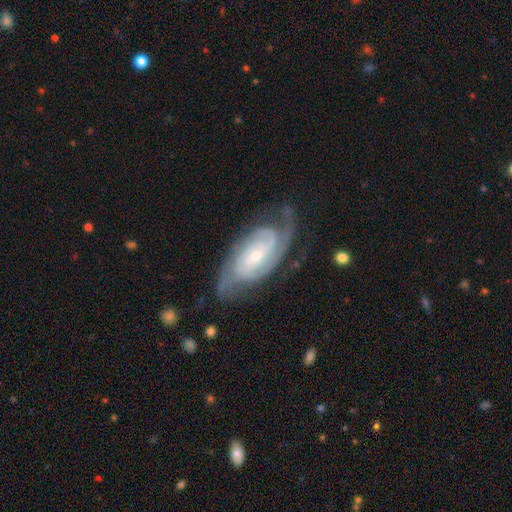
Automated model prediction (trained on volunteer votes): Morphology: type=featured or disk (89%); edge-on=no (95%); bar=no (50%); spiral arms=yes (97%); winding=tight (59%); arm count=2 (51%); bulge=small (69%); merging=none (69%).